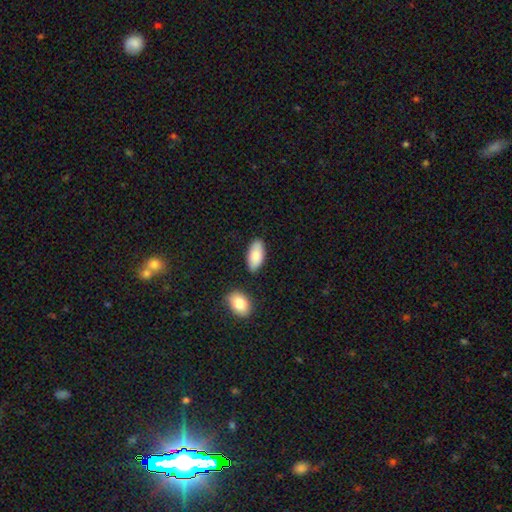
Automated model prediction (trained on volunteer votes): smooth-or-featured: smooth: 85% | featured or disk: 9% | star or artifact: 6%
  how-rounded: in between: 92% | cigar-shaped: 6% | round: 2%
  merging: none: 79% | minor disturbance: 12% | merger: 6% | major disturbance: 3%